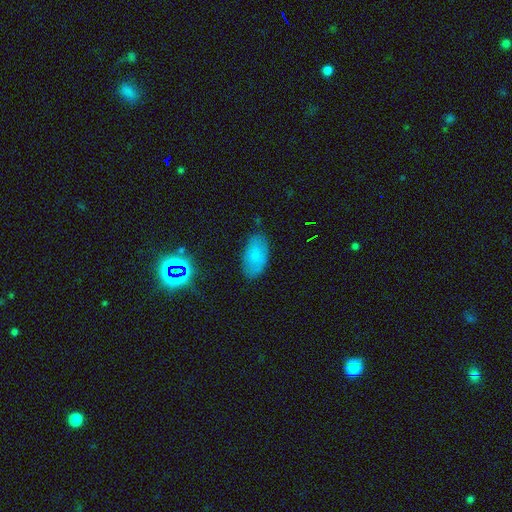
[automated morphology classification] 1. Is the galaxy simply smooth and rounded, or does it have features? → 75% smooth, 14% featured or disk, 11% star or artifact.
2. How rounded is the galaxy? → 94% in between, 3% round, 3% cigar-shaped.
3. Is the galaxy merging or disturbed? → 80% none, 15% minor disturbance, 4% major disturbance, 1% merger.